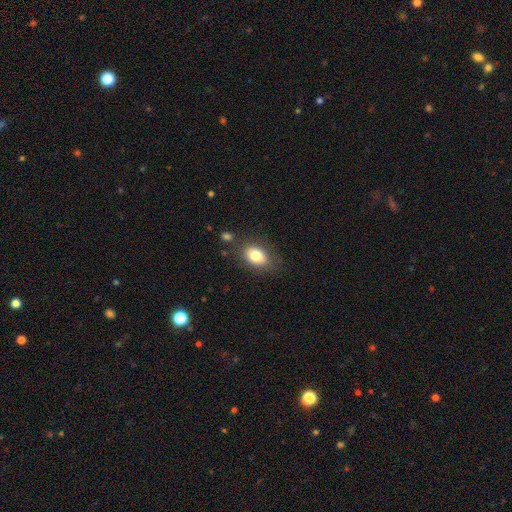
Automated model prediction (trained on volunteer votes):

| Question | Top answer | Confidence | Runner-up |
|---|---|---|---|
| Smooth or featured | smooth | 81% | featured or disk (10%) |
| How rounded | in between | 81% | round (17%) |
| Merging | none | 78% | minor disturbance (14%) |